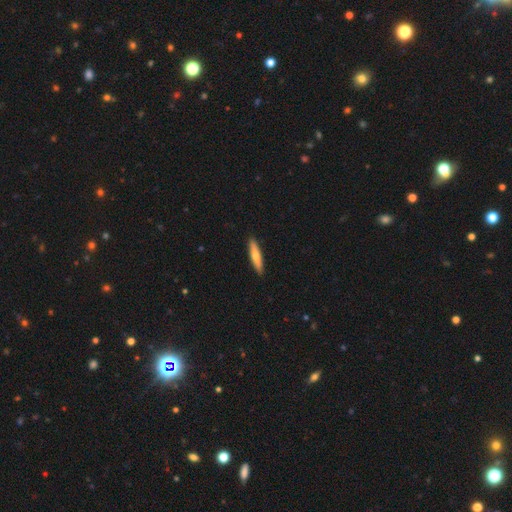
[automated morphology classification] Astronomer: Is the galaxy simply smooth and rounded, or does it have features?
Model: smooth — 64%.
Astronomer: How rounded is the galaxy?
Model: cigar-shaped — 85%.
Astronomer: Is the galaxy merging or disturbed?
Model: none — 90%.